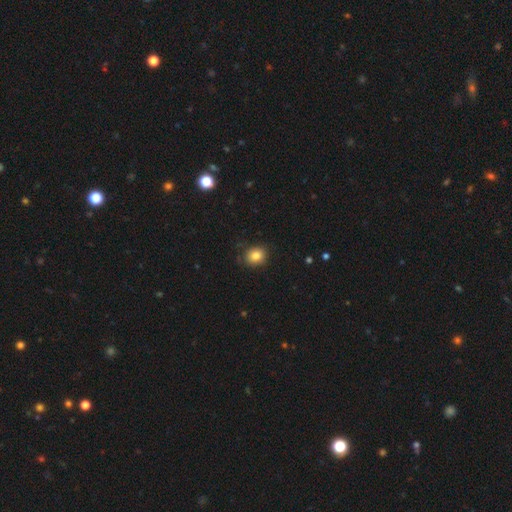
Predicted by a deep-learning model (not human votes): Q: Smooth or featured?
A: smooth (84%); runner-up: star or artifact (10%)
Q: How rounded?
A: round (66%); runner-up: in between (33%)
Q: Merging?
A: none (82%); runner-up: minor disturbance (14%)